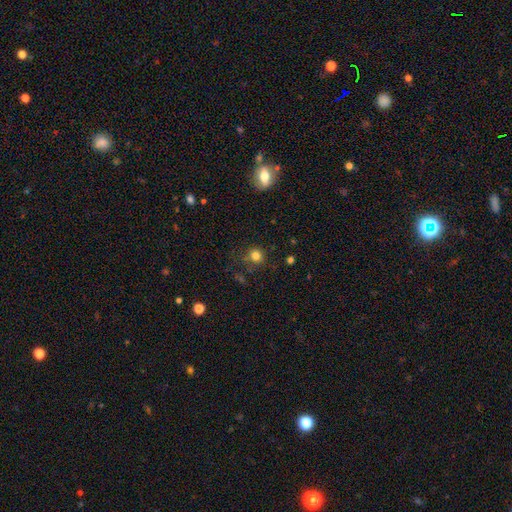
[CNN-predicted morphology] A smooth galaxy with no disk features (79%) that is round (89%).

Vote fractions:
- Smooth or featured? smooth: 79% / star or artifact: 15% / featured or disk: 6%
- How rounded? round: 89% / in between: 10% / cigar-shaped: 1%
- Merging? none: 75% / minor disturbance: 14% / major disturbance: 5% / merger: 5%